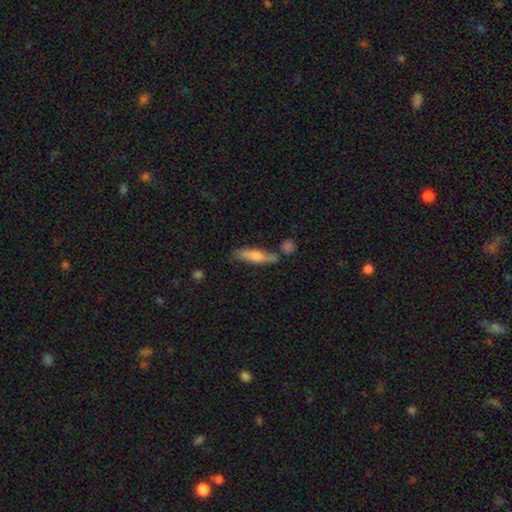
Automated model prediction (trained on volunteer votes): A smooth galaxy with no disk features (60%) that is cigar-shaped (69%). Merging: none (59%).